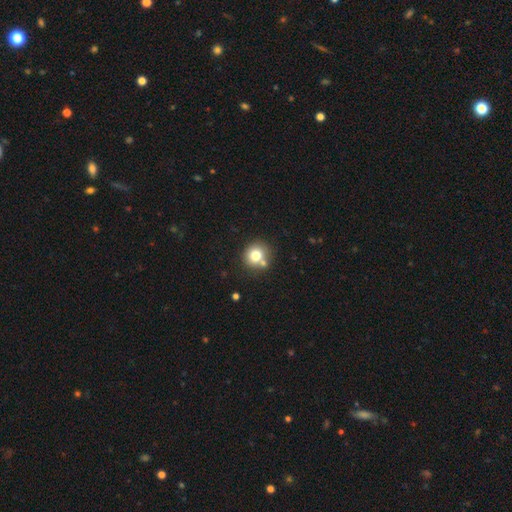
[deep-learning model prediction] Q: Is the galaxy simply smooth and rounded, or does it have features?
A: smooth — 77%.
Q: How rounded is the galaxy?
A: round — 88%.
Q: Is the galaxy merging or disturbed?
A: none — 68%.